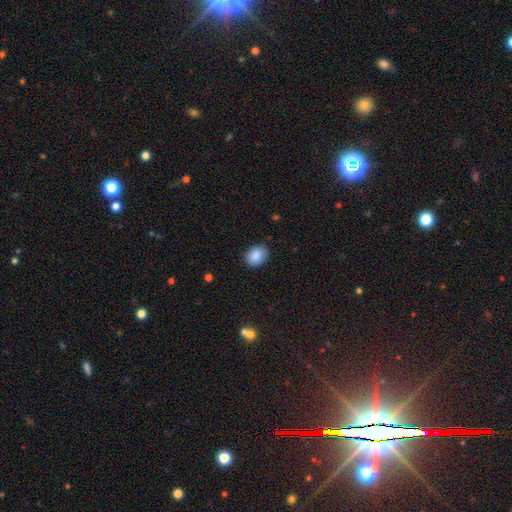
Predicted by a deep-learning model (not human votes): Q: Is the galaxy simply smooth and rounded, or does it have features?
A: smooth — 88%.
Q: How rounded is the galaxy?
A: in between — 50%.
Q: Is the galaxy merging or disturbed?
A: none — 86%.